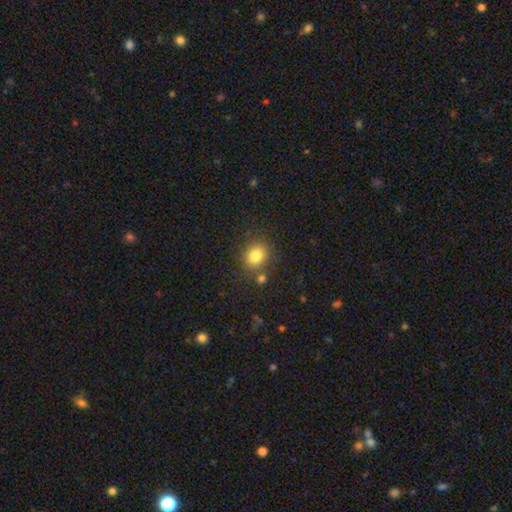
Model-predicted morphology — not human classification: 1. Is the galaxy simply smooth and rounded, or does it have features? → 82% smooth, 11% star or artifact, 7% featured or disk.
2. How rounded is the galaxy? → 67% round, 32% in between, 1% cigar-shaped.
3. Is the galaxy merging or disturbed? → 76% none, 11% minor disturbance, 8% merger, 4% major disturbance.